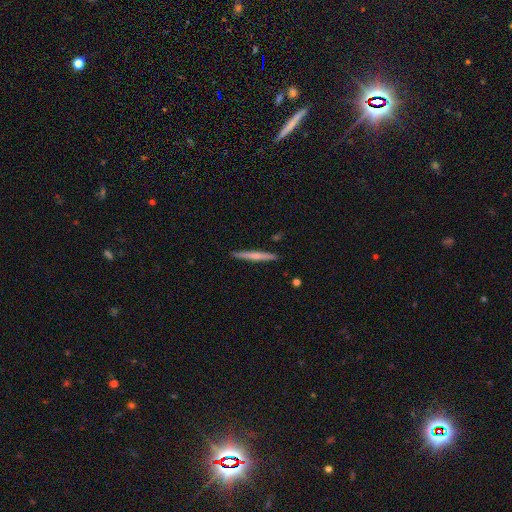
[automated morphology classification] Smooth or featured: smooth — 52% (featured or disk — 43%)
How rounded: cigar-shaped — 96% (in between — 2%)
Merging: none — 91% (minor disturbance — 6%)